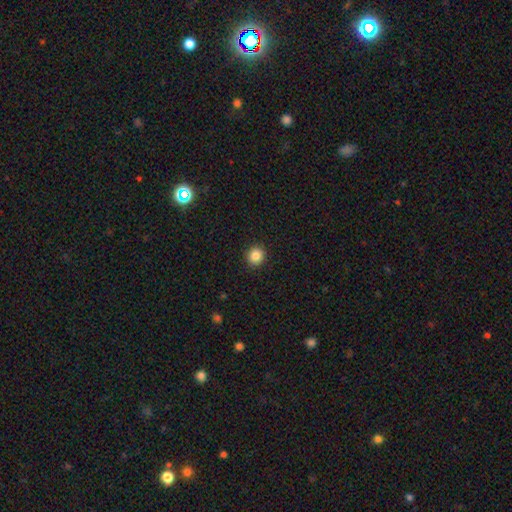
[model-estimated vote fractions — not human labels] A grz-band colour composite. It shows a smooth galaxy with no disk features (85%) that is round (90%). Merging: none (92%).